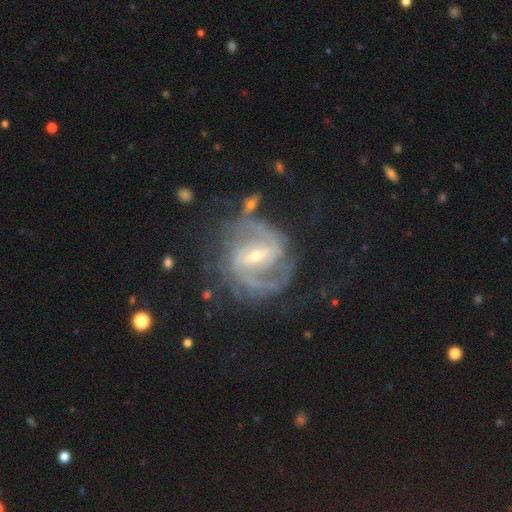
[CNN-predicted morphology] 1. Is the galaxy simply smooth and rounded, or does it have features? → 90% featured or disk, 5% star or artifact, 5% smooth.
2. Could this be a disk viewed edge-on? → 97% no, 3% yes.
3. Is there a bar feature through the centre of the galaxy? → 46% weak, 42% strong, 13% no.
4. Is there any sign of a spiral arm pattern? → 97% yes, 3% no.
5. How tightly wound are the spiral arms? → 46% tight, 43% medium, 11% loose.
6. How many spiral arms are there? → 59% 2, 14% can't tell, 14% 3, 5% 4, 4% 1, 4% more than 4.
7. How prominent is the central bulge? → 62% small, 34% moderate, 2% large, 1% none, 1% dominant.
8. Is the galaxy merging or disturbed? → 64% none, 18% minor disturbance, 14% major disturbance, 4% merger.